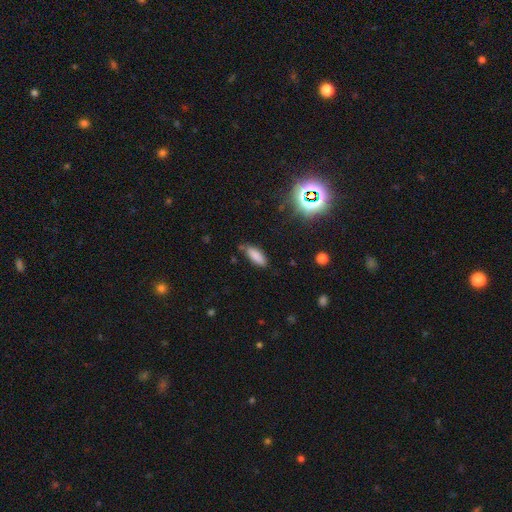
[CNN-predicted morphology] type=smooth (83%); roundness=in between (71%); merging=none (74%).